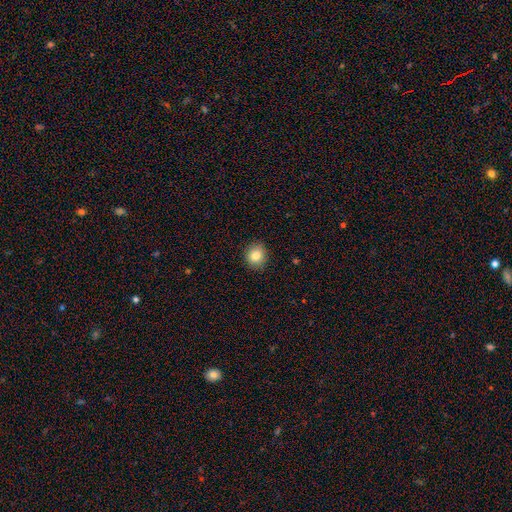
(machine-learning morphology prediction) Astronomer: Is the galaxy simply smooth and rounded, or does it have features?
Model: smooth — 83%.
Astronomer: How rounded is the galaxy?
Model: round — 83%.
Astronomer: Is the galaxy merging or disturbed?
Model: none — 90%.